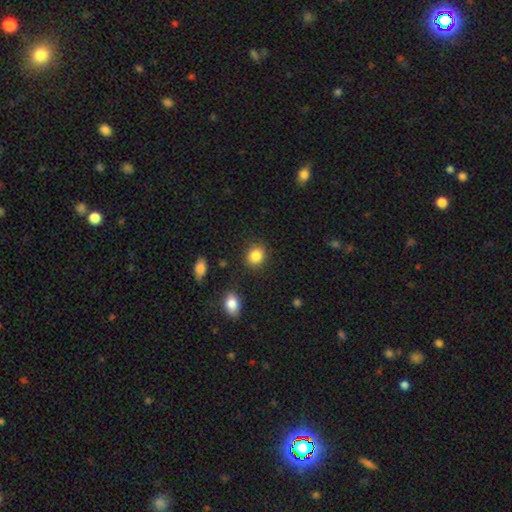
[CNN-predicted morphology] smooth 86%, star or artifact 9%, featured or disk 5%. Down the decision tree: how rounded — round (69%); merging — none (87%).